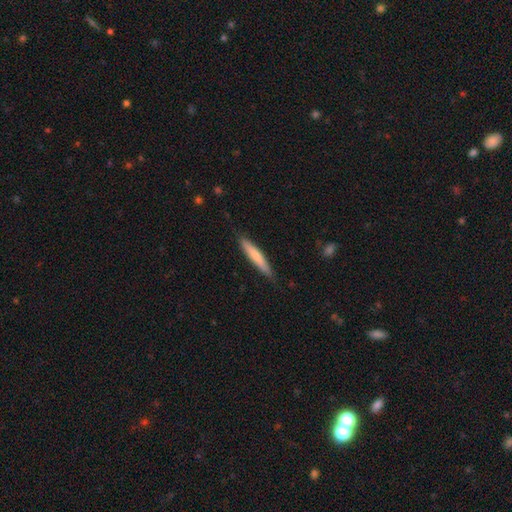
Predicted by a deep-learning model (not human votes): The model was most divided on "smooth or featured": smooth: 72%, featured or disk: 23%, star or artifact: 5%. More confident: how rounded — cigar-shaped (92%); merging — none (84%).